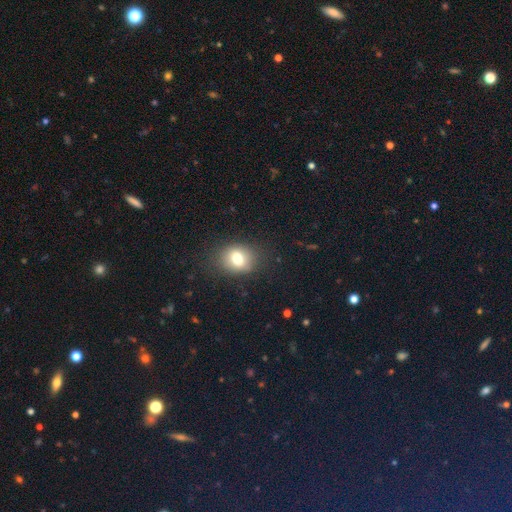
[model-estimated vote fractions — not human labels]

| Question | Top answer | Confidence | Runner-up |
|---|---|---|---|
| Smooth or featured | smooth | 68% | star or artifact (25%) |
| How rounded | round | 53% | in between (45%) |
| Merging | none | 89% | minor disturbance (8%) |